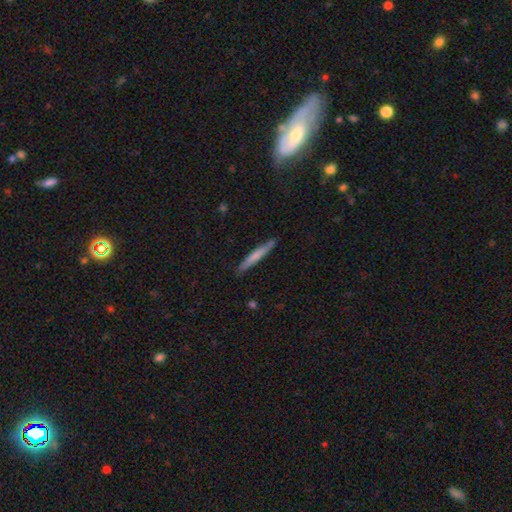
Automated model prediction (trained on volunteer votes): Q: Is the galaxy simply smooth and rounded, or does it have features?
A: smooth — 62%.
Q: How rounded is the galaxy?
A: cigar-shaped — 96%.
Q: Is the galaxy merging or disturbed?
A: none — 89%.